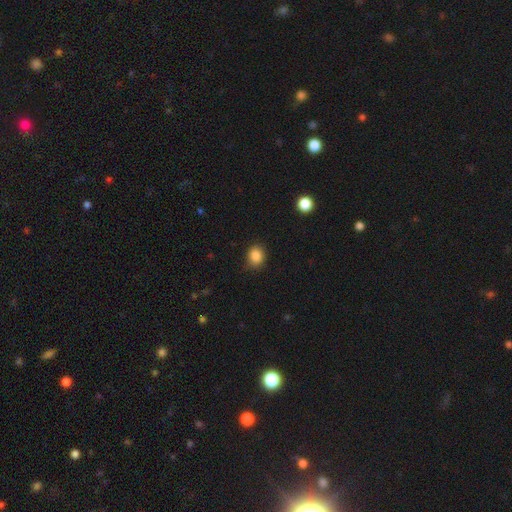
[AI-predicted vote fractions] This is clearly a smooth galaxy (86%). How rounded: likely round (62%). Merging: clearly none (83%).